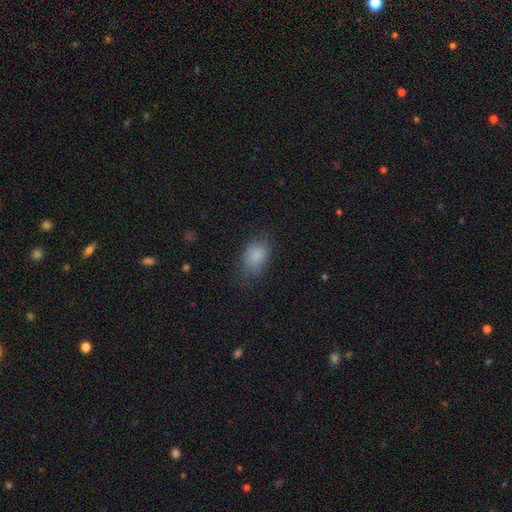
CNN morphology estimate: A smooth galaxy with no disk features (84%) that is in between round and cigar-shaped (78%).

Vote fractions:
- Smooth or featured? smooth: 84% / star or artifact: 9% / featured or disk: 7%
- How rounded? in between: 78% / round: 20% / cigar-shaped: 1%
- Merging? none: 62% / minor disturbance: 26% / major disturbance: 11% / merger: 1%